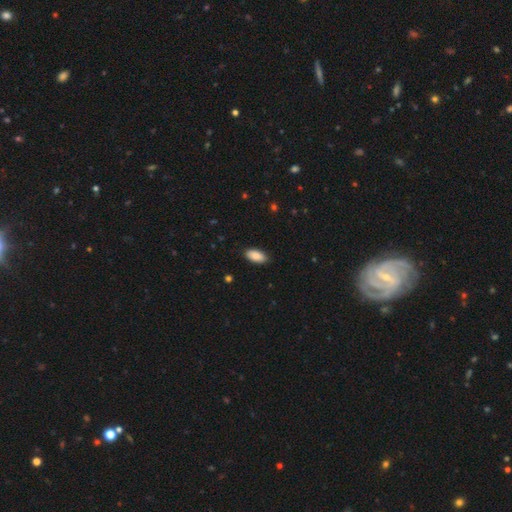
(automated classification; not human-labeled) Smooth or featured?
  - smooth: 89% *
  - star or artifact: 6%
  - featured or disk: 5%
How rounded?
  - in between: 93% *
  - cigar-shaped: 5%
  - round: 2%
Merging?
  - none: 88% *
  - minor disturbance: 9%
  - major disturbance: 2%
  - merger: 1%